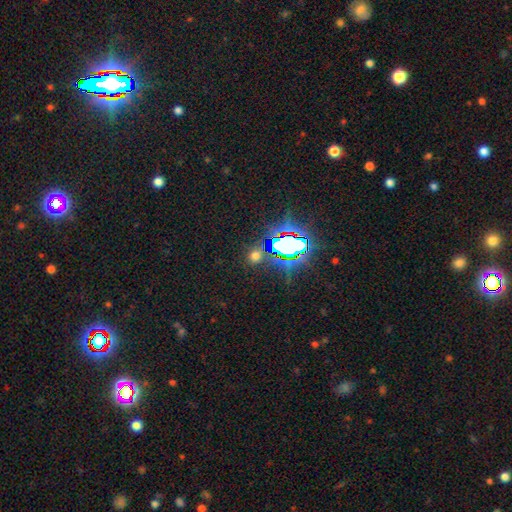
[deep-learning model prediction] A star or artifact, not a galaxy (47%).